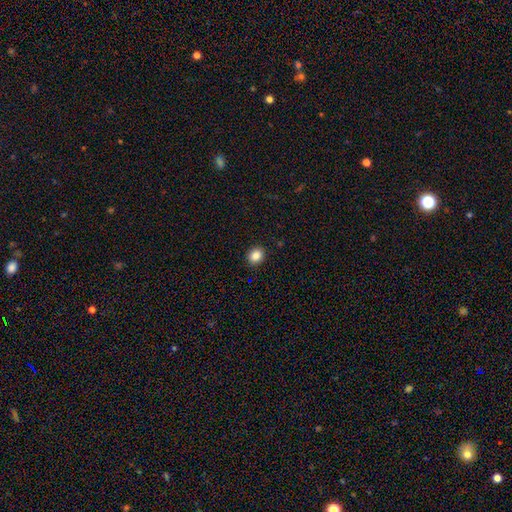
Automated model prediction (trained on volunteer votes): A smooth galaxy with no disk features (86%) that is round (70%). Merging: none (91%).